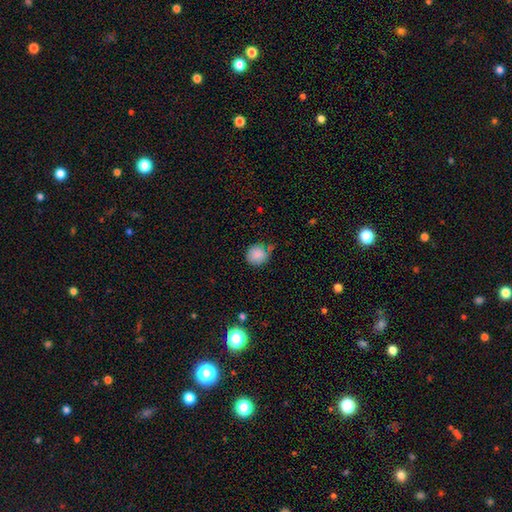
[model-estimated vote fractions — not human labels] A smooth galaxy with no disk features (85%) that is round (86%).

Vote fractions:
- Smooth or featured? smooth: 85% / star or artifact: 10% / featured or disk: 5%
- How rounded? round: 86% / in between: 13% / cigar-shaped: 1%
- Merging? none: 68% / minor disturbance: 23% / merger: 4% / major disturbance: 4%